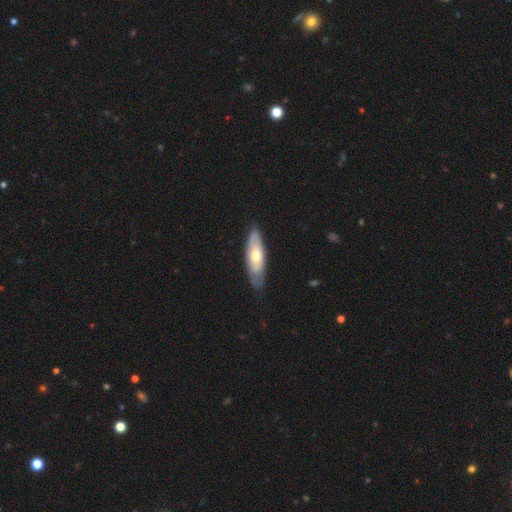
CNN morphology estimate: Q: Smooth or featured?
A: smooth (52%); runner-up: featured or disk (43%)
Q: How rounded?
A: in between (57%); runner-up: cigar-shaped (41%)
Q: Merging?
A: none (75%); runner-up: minor disturbance (20%)